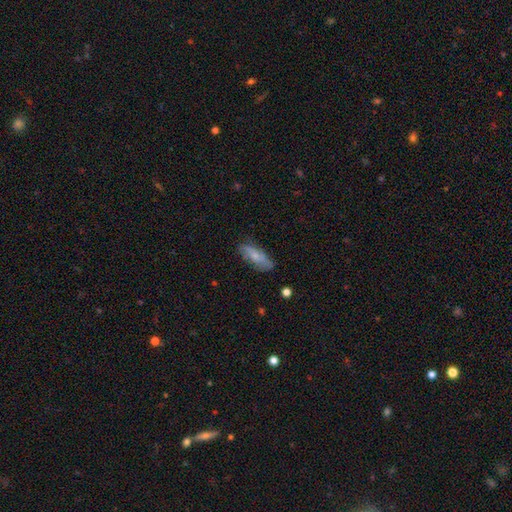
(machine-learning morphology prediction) A smooth galaxy with no disk features (60%) that is in between round and cigar-shaped (57%).

Vote fractions:
- Smooth or featured? smooth: 60% / featured or disk: 33% / star or artifact: 7%
- How rounded? in between: 57% / cigar-shaped: 40% / round: 3%
- Merging? none: 74% / minor disturbance: 20% / major disturbance: 5% / merger: 2%